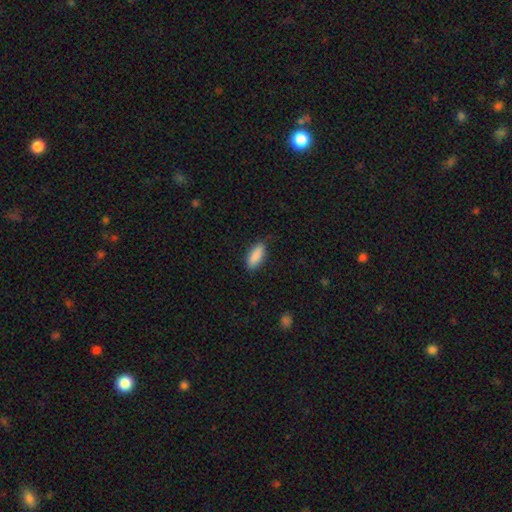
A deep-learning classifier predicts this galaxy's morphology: Smooth or featured?
  - smooth: 89% *
  - star or artifact: 6%
  - featured or disk: 5%
How rounded?
  - in between: 72% *
  - cigar-shaped: 26%
  - round: 2%
Merging?
  - none: 85% *
  - minor disturbance: 12%
  - major disturbance: 2%
  - merger: 1%